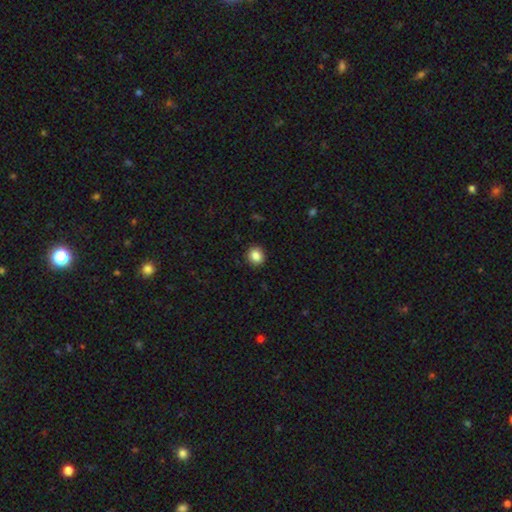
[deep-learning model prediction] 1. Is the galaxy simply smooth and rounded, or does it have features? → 85% smooth, 10% star or artifact, 5% featured or disk.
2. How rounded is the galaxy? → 85% round, 14% in between, 1% cigar-shaped.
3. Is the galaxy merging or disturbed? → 91% none, 6% minor disturbance, 2% major disturbance, 1% merger.